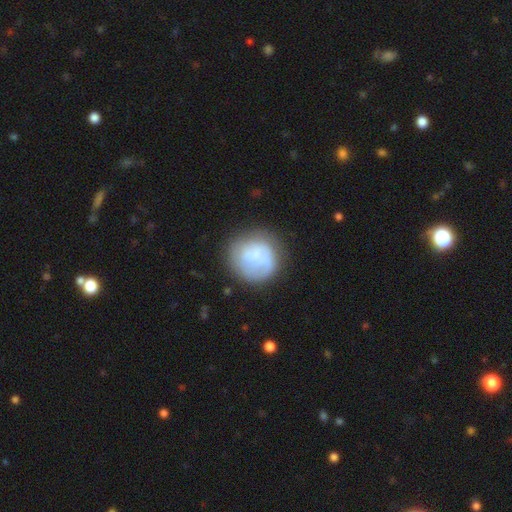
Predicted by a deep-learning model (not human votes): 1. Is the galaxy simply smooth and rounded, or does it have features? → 57% smooth, 36% featured or disk, 8% star or artifact.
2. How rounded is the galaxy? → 88% round, 11% in between, 1% cigar-shaped.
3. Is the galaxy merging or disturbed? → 68% none, 19% minor disturbance, 11% major disturbance, 2% merger.